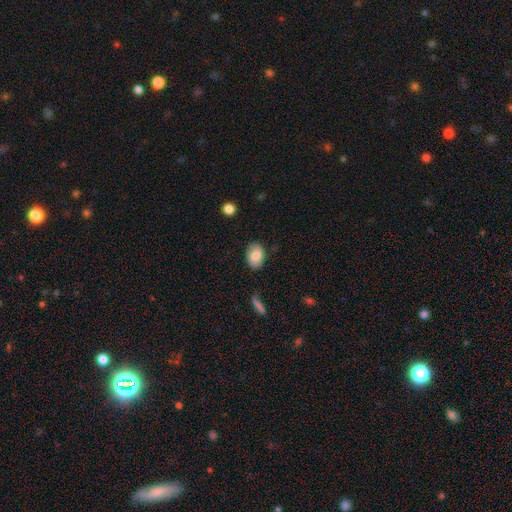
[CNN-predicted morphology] Overall: smooth (81%). How rounded: in between (79%). Merging: none (80%).